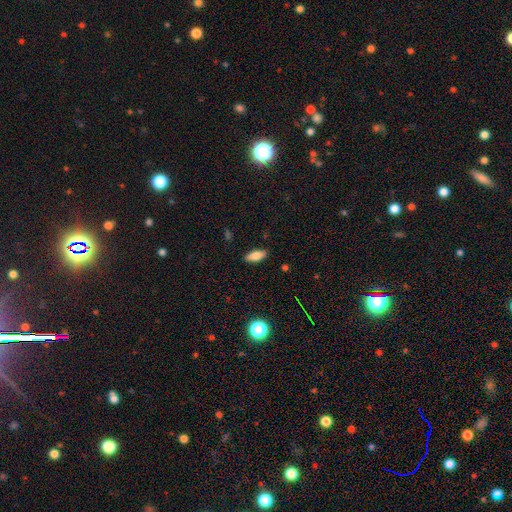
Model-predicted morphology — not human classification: Smooth or featured: smooth — 80% (featured or disk — 12%)
How rounded: in between — 79% (cigar-shaped — 19%)
Merging: none — 88% (minor disturbance — 9%)